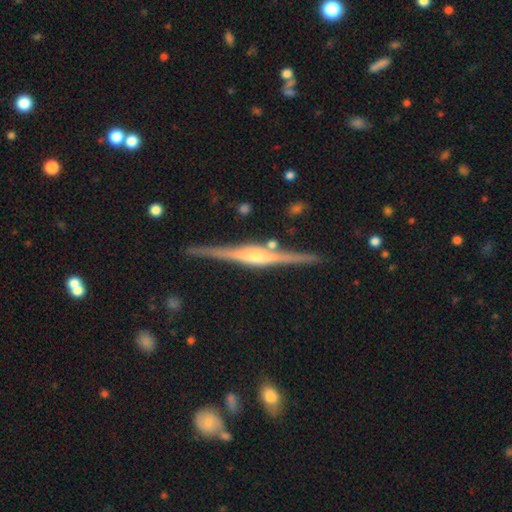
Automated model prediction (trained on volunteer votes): Overall: featured or disk (88%). Edge-on disk: yes (99%). Edge-on bulge: rounded (80%). Merging: none (89%).